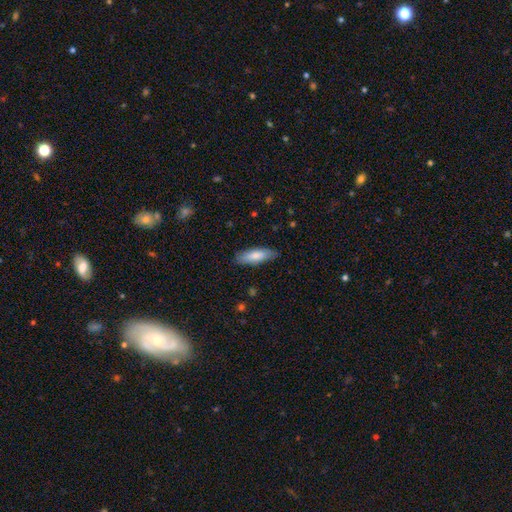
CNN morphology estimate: smooth-or-featured: smooth: 78% | featured or disk: 17% | star or artifact: 6%
  how-rounded: in between: 58% | cigar-shaped: 40% | round: 2%
  merging: none: 85% | minor disturbance: 11% | major disturbance: 2% | merger: 1%